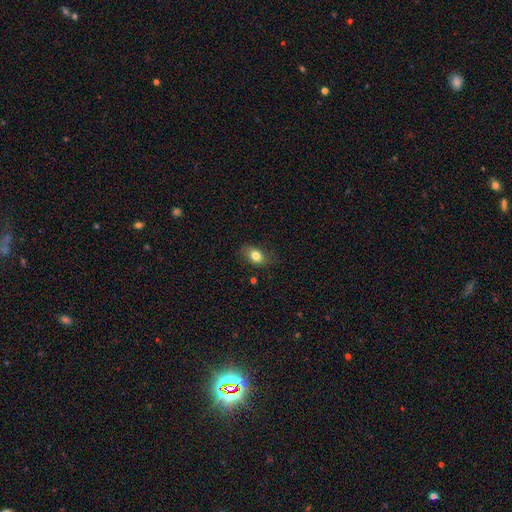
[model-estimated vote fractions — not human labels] Overall: smooth (79%). How rounded: in between (80%). Merging: none (76%).